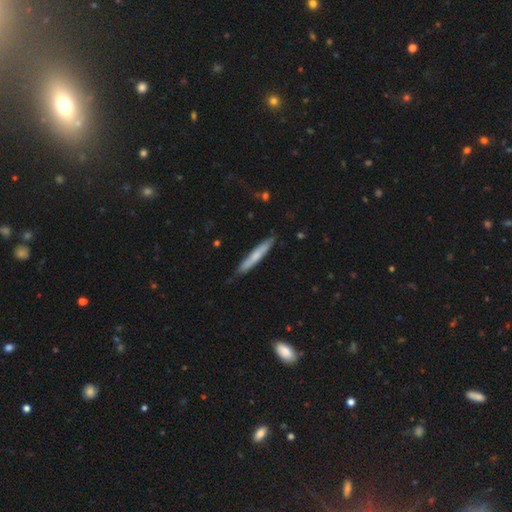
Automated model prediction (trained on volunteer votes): This is likely a smooth galaxy (61%). How rounded: clearly cigar-shaped (95%). Merging: clearly none (85%).